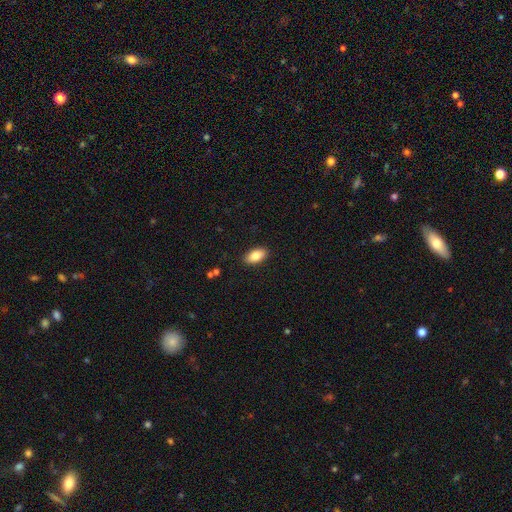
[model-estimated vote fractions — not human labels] Smooth or featured? smooth (86%)
How rounded? in between (92%)
Merging? none (90%)